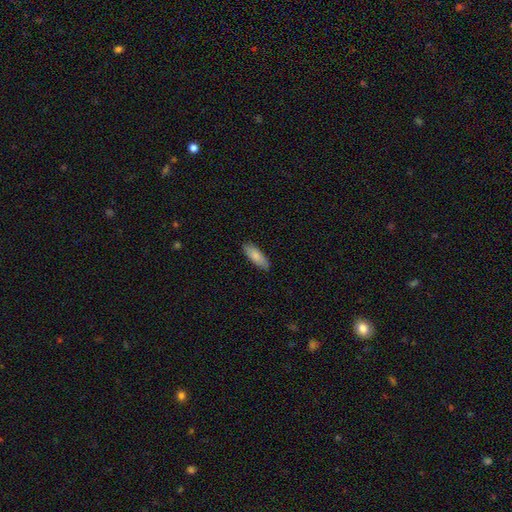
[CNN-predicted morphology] type=smooth (84%); roundness=in between (68%); merging=none (87%).